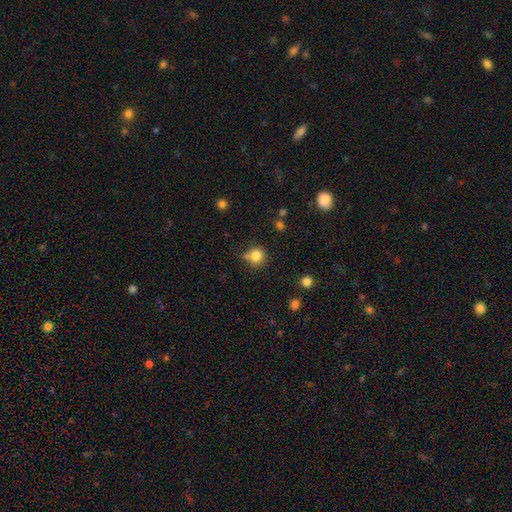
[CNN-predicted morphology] smooth 82%, star or artifact 12%, featured or disk 6%. Down the decision tree: how rounded — round (90%); merging — none (67%).